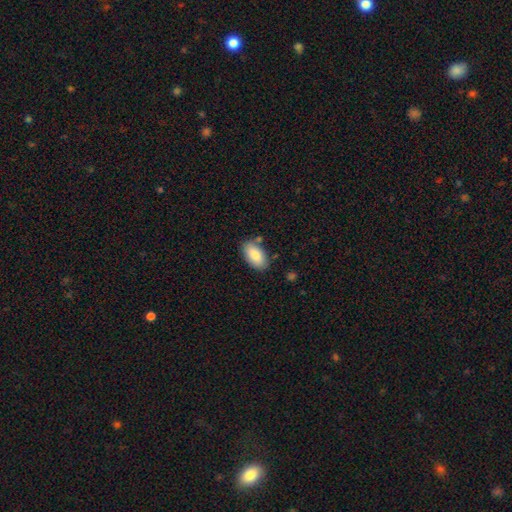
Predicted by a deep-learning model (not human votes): Overall: smooth (85%). How rounded: in between (94%). Merging: none (80%).